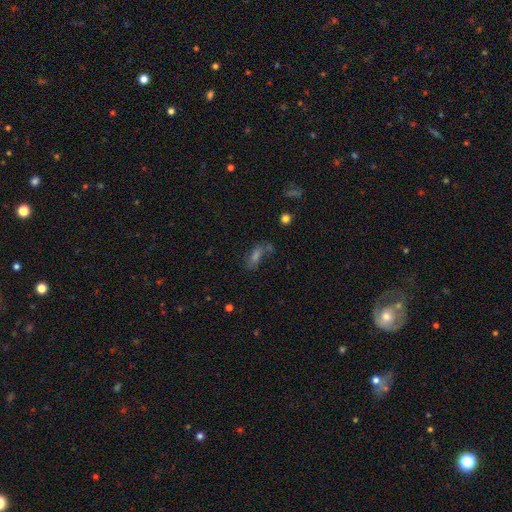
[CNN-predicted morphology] This is possibly a smooth galaxy (48%). Merging: possibly none (50%).